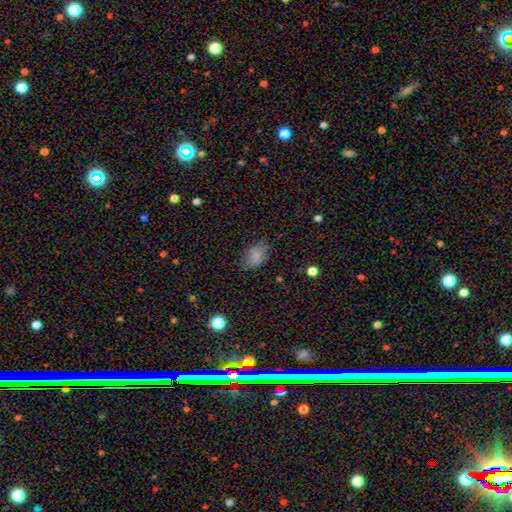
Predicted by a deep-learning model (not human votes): smooth_or_featured: smooth (p=0.79) [alt: star or artifact p=0.11]
how_rounded: in between (p=0.85) [alt: round p=0.14]
merging: none (p=0.71) [alt: minor disturbance p=0.21]